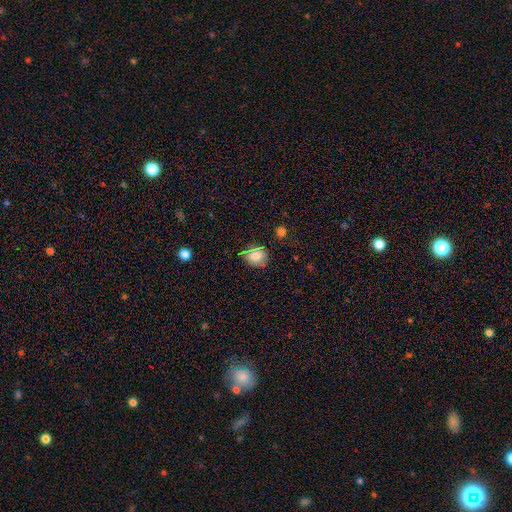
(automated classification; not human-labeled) A smooth galaxy with no disk features (75%) that is round (60%). Merging: none (70%).